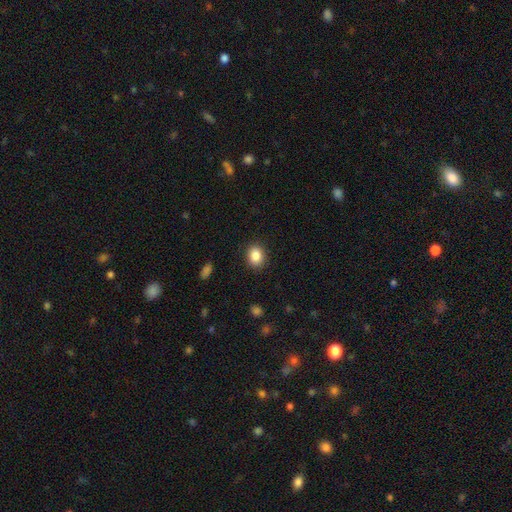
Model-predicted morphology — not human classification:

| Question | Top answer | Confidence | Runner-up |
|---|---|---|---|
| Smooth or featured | smooth | 86% | star or artifact (9%) |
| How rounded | in between | 56% | round (43%) |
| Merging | none | 88% | minor disturbance (8%) |